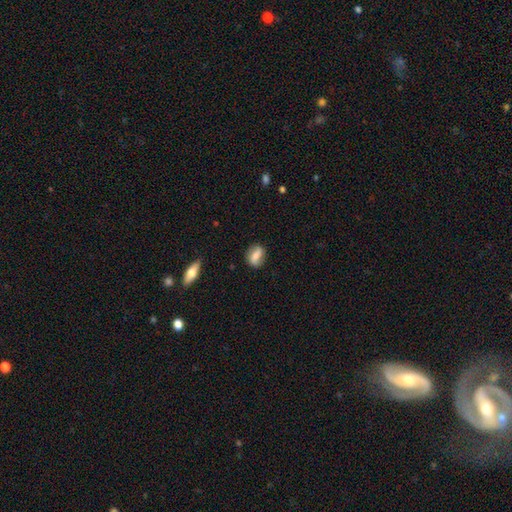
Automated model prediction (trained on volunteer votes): smooth-or-featured: smooth: 63% | featured or disk: 29% | star or artifact: 8%
  how-rounded: in between: 65% | round: 28% | cigar-shaped: 7%
  merging: none: 80% | minor disturbance: 15% | major disturbance: 4% | merger: 2%